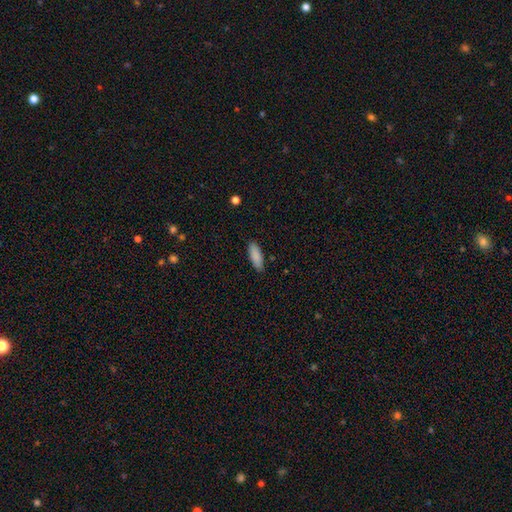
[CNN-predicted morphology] This is clearly a smooth galaxy (88%). How rounded: likely in between (66%). Merging: clearly none (87%).